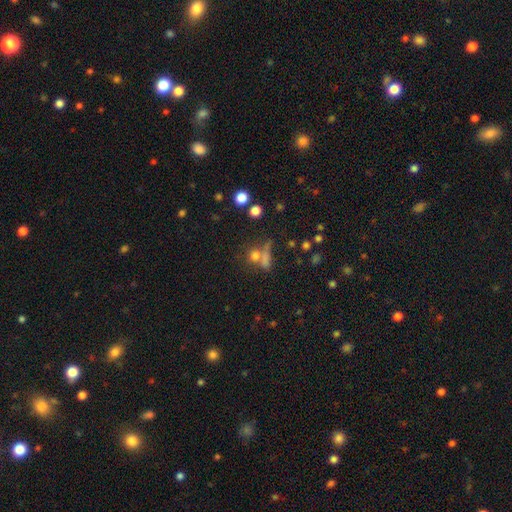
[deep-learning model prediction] Overall: smooth (67%). How rounded: round (73%). Merging: none (49%; merger 34%).